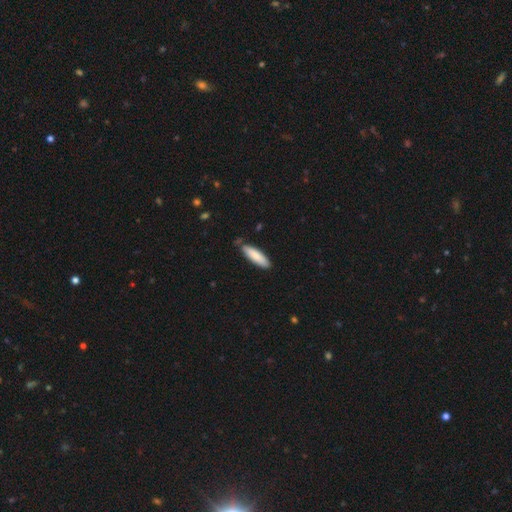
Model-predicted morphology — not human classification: Smooth or featured?
  - smooth: 84% *
  - featured or disk: 11%
  - star or artifact: 5%
How rounded?
  - cigar-shaped: 61% *
  - in between: 38%
  - round: 1%
Merging?
  - none: 79% *
  - minor disturbance: 15%
  - merger: 3%
  - major disturbance: 2%